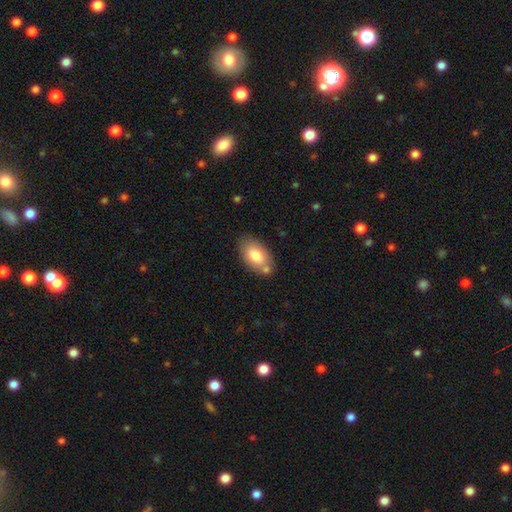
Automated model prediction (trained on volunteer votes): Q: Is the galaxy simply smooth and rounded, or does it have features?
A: smooth — 78%.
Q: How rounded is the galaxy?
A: in between — 93%.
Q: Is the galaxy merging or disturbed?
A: none — 68%.